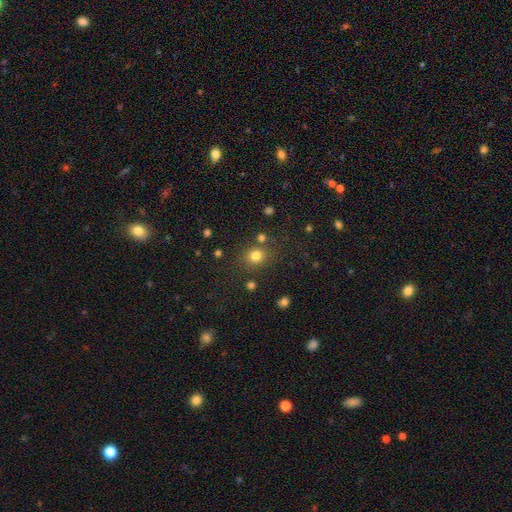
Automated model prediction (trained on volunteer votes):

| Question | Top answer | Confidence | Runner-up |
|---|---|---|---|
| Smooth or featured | smooth | 79% | star or artifact (15%) |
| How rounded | round | 77% | in between (22%) |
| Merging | none | 75% | minor disturbance (11%) |